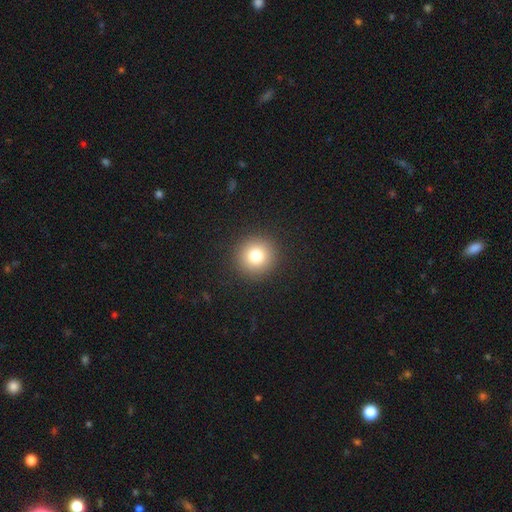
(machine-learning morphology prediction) smooth-or-featured: smooth: 80% | star or artifact: 12% | featured or disk: 8%
  how-rounded: round: 95% | in between: 4% | cigar-shaped: 1%
  merging: none: 92% | minor disturbance: 5% | major disturbance: 2% | merger: 1%